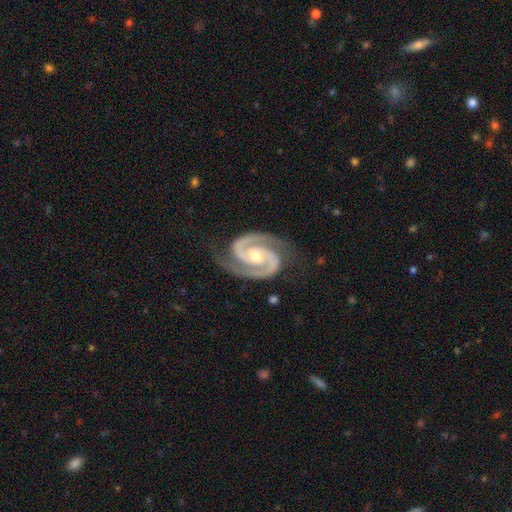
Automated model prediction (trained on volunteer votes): Smooth or featured? Predicted: featured or disk (p=0.95). Edge-on disk? Predicted: no (p=0.98). Bar? Predicted: no (p=0.52). Spiral arms? Predicted: yes (p=0.99). Spiral winding? Predicted: tight (p=0.48). Spiral arm count? Predicted: 2 (p=0.95). Bulge size? Predicted: moderate (p=0.62). Merging? Predicted: none (p=0.82).